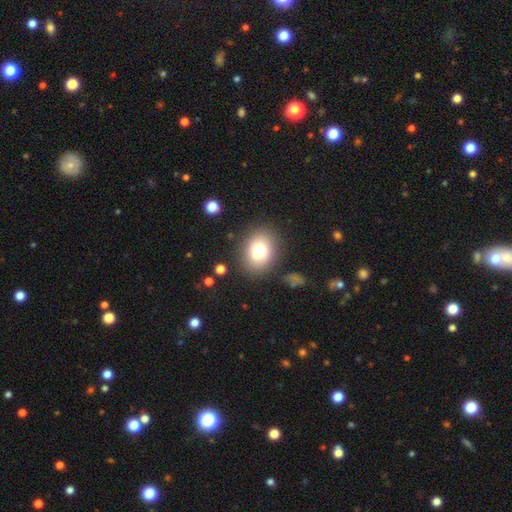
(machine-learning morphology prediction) Smooth or featured? Predicted: smooth (p=0.77). How rounded? Predicted: in between (p=0.52). Merging? Predicted: none (p=0.86).